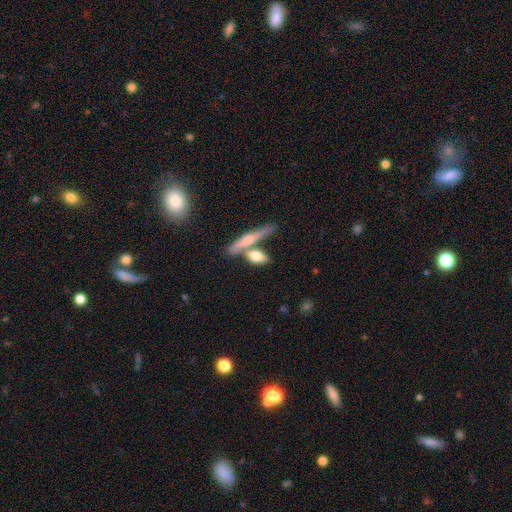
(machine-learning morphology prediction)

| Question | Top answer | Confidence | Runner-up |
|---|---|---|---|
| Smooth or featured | smooth | 67% | featured or disk (26%) |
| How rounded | in between | 54% | cigar-shaped (38%) |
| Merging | none | 51% | merger (32%) |